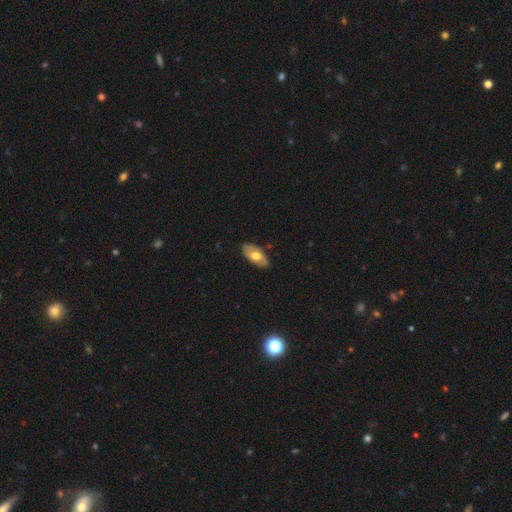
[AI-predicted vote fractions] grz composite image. It shows a smooth galaxy with no disk features (51%) that is in between round and cigar-shaped (92%). Merging: none (80%).